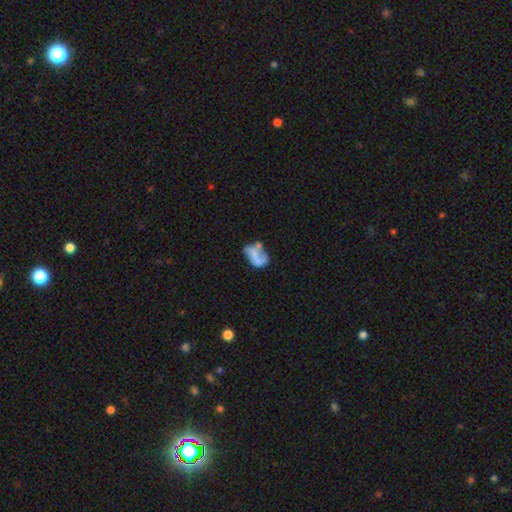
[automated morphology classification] A featured or disk galaxy (46%). Merging: none (28%).